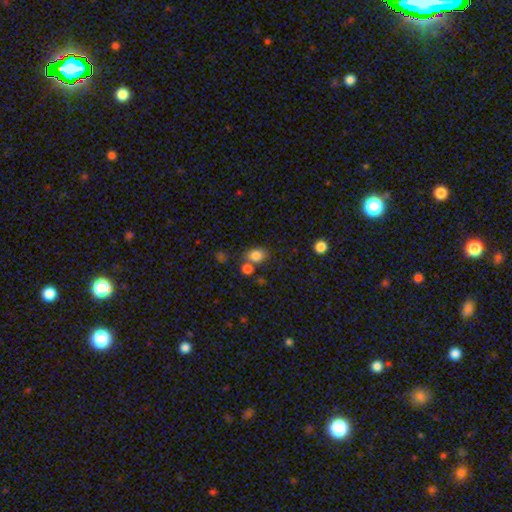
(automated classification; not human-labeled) Smooth or featured?
  - smooth: 82% *
  - star or artifact: 11%
  - featured or disk: 7%
How rounded?
  - in between: 53% *
  - round: 46%
  - cigar-shaped: 1%
Merging?
  - none: 60% *
  - merger: 22%
  - minor disturbance: 13%
  - major disturbance: 5%